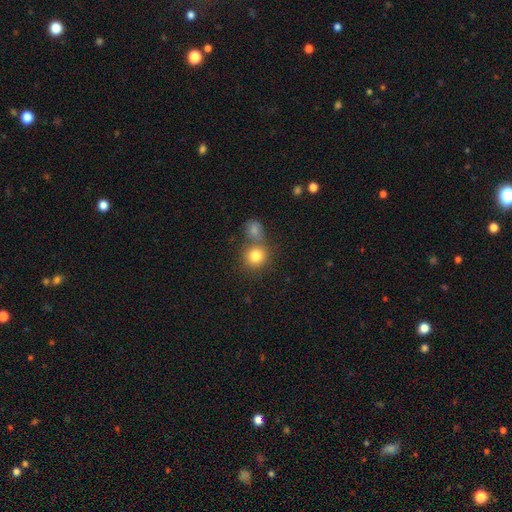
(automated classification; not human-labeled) Smooth or featured? smooth (81%)
How rounded? round (87%)
Merging? none (56%)